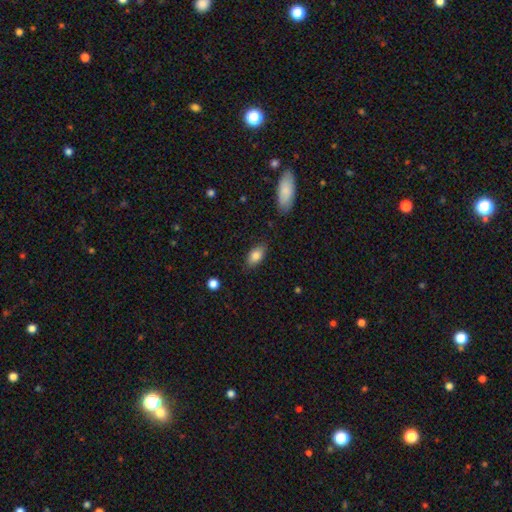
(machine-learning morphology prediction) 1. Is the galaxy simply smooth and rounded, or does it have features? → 84% smooth, 9% featured or disk, 8% star or artifact.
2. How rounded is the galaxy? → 89% in between, 6% cigar-shaped, 5% round.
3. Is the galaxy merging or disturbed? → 82% none, 13% minor disturbance, 3% major disturbance, 1% merger.